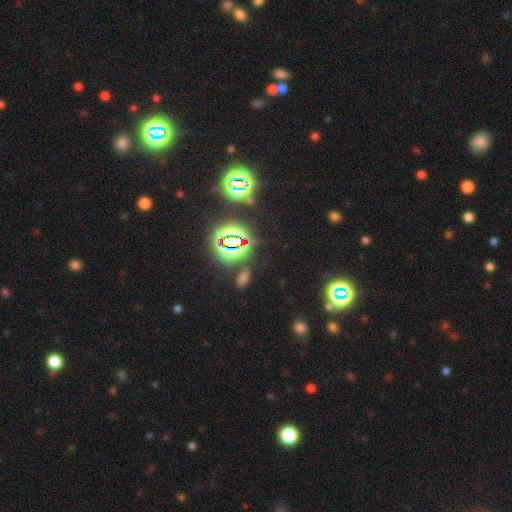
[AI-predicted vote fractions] This is likely a star or artifact rather than a galaxy (79%).